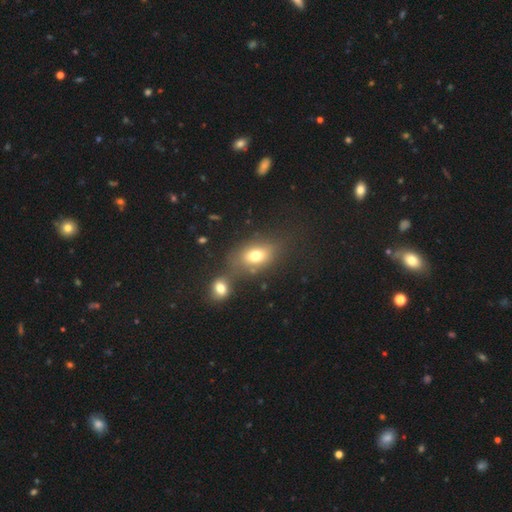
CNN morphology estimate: type=smooth (73%); roundness=in between (71%); merging=none (48%).